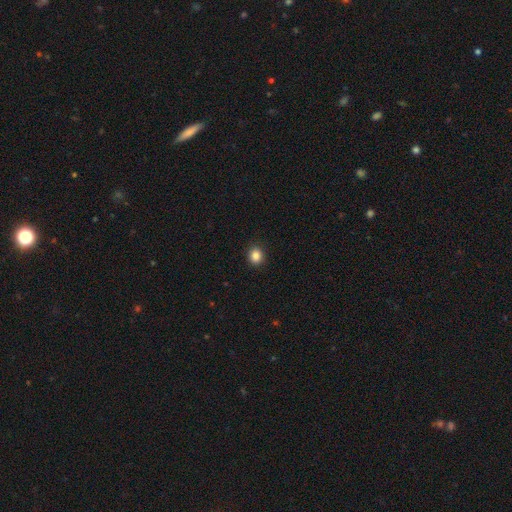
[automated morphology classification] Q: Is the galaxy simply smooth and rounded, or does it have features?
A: smooth — 85%.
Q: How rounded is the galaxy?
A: round — 74%.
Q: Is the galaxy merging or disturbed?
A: none — 92%.